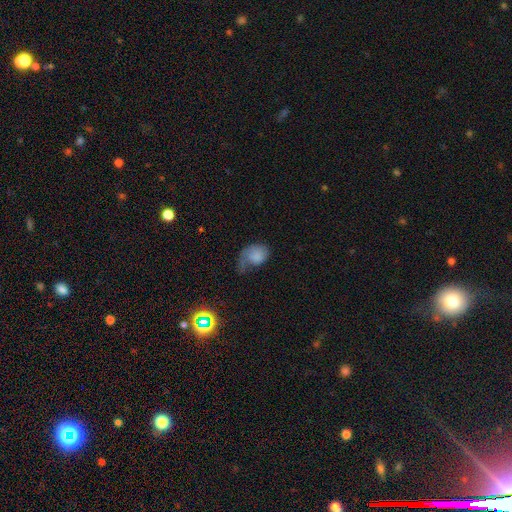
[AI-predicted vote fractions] smooth 65%, featured or disk 26%, star or artifact 9%. Down the decision tree: how rounded — in between (67%); merging — major disturbance (45%).